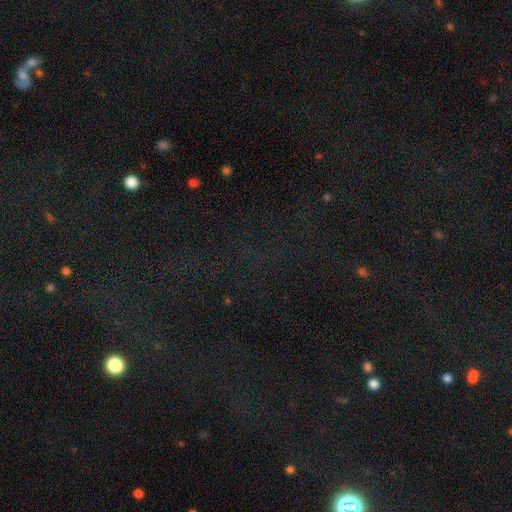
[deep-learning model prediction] Morphology: type=star or artifact (74%).